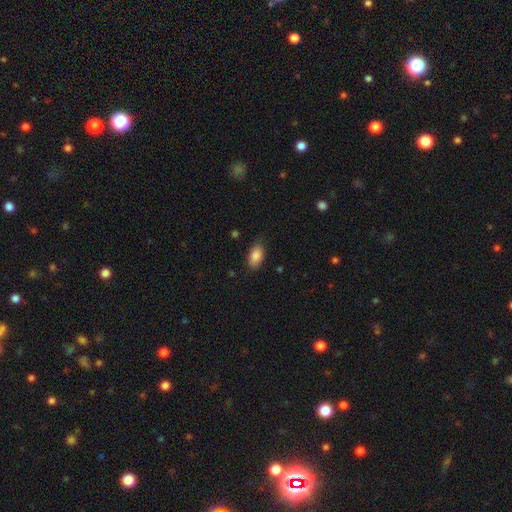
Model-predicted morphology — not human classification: This appears to be a smooth galaxy with no disk features (87%) that is in between round and cigar-shaped (92%). Merging: none (83%).